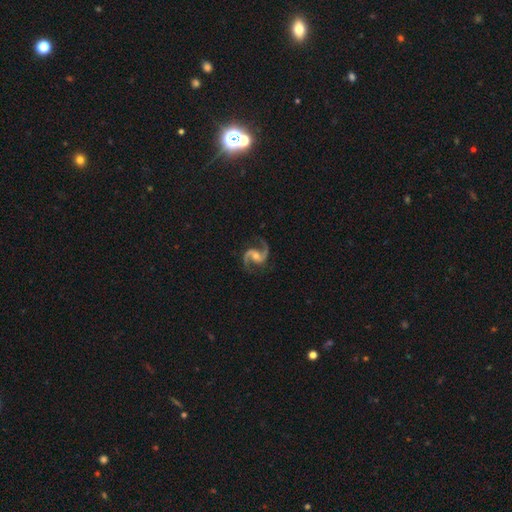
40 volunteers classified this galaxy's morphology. Volunteers were most divided on "bar": no: 42%, weak: 39%, strong: 18%. More confident: spiral arms — yes (100%); smooth or featured — featured or disk (98%); edge-on disk — no (97%); spiral arm count — 2 (97%); merging — none (74%); bulge size — moderate (66%); spiral winding — medium (55%).